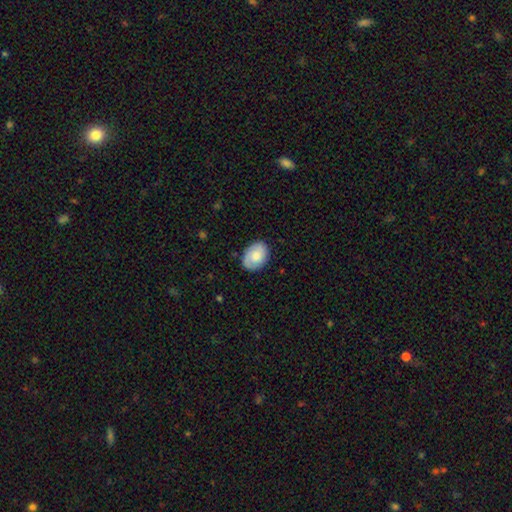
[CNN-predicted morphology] This appears to be a smooth galaxy with no disk features (68%) that is in between round and cigar-shaped (75%). Merging: none (82%).